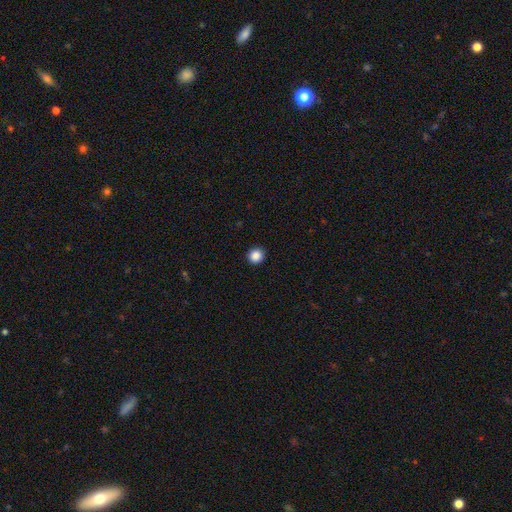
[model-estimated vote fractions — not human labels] This is clearly a smooth galaxy (87%). How rounded: clearly round (93%). Merging: clearly none (93%).